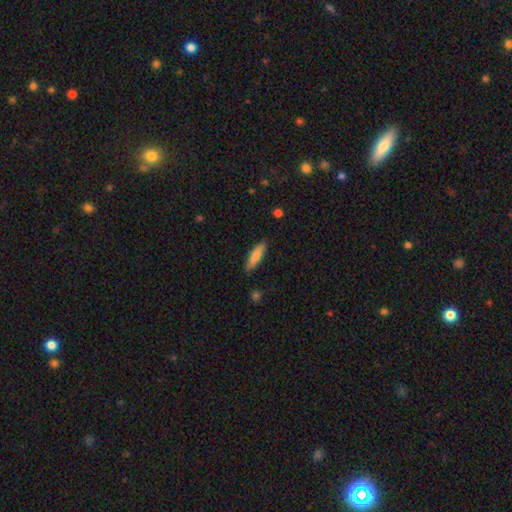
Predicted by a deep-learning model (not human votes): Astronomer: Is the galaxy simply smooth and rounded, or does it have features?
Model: smooth — 79%.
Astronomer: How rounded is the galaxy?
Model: cigar-shaped — 67%.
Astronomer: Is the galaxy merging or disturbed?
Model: none — 85%.